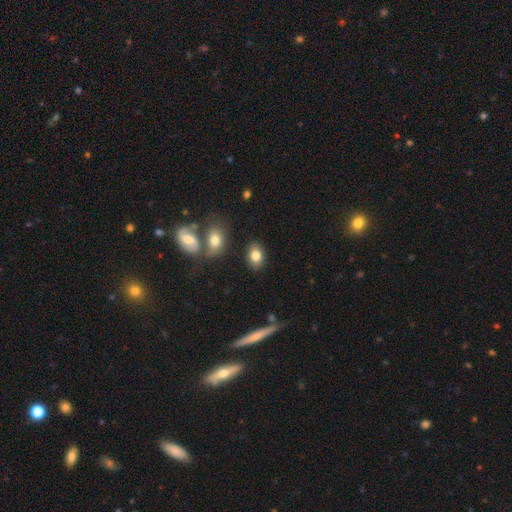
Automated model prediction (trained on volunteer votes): smooth_or_featured: smooth (p=0.82) [alt: featured or disk p=0.10]
how_rounded: in between (p=0.81) [alt: round p=0.18]
merging: none (p=0.82) [alt: minor disturbance p=0.10]